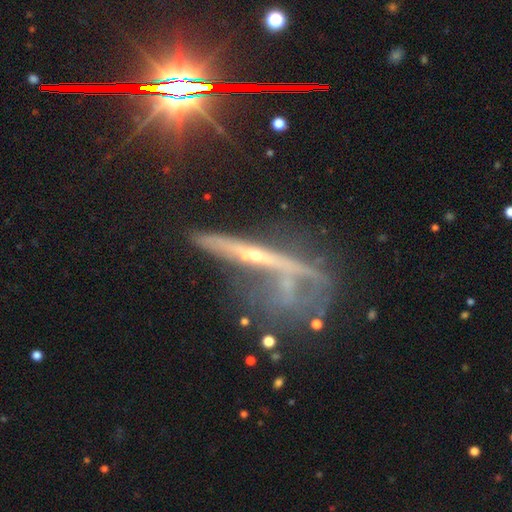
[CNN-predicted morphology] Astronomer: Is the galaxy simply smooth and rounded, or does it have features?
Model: featured or disk — 64%.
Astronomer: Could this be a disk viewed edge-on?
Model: yes — 71%.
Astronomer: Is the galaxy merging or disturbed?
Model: none — 45%.